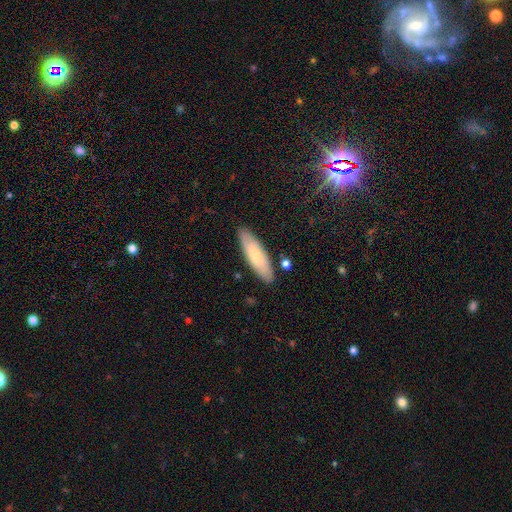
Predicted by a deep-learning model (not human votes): Smooth or featured? Predicted: smooth (p=0.69). How rounded? Predicted: cigar-shaped (p=0.56). Merging? Predicted: none (p=0.86).